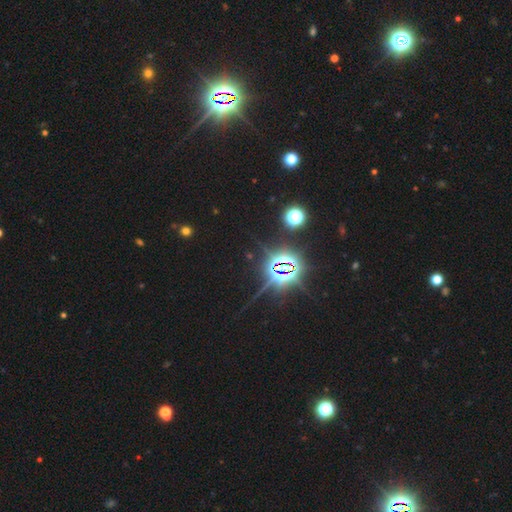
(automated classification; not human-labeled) smooth_or_featured: star or artifact (p=0.84) [alt: smooth p=0.10]